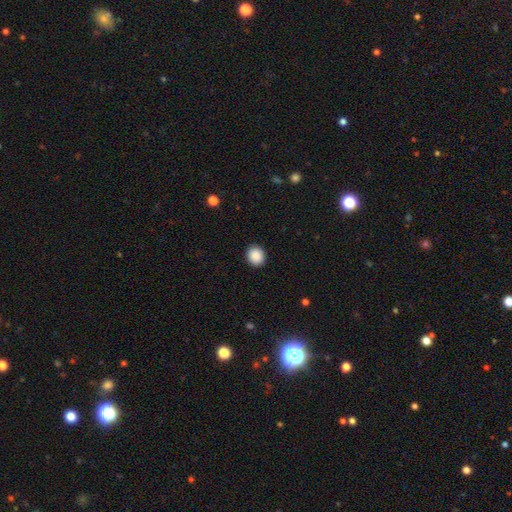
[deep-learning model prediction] This appears to be a smooth galaxy with no disk features (89%) that is round (76%). Merging: none (92%).